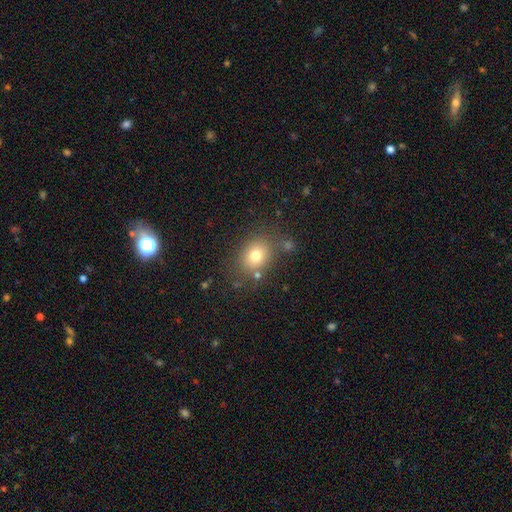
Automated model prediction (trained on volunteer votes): smooth-or-featured: smooth: 76% | star or artifact: 13% | featured or disk: 11%
  how-rounded: round: 53% | in between: 46% | cigar-shaped: 1%
  merging: none: 74% | minor disturbance: 13% | merger: 7% | major disturbance: 5%